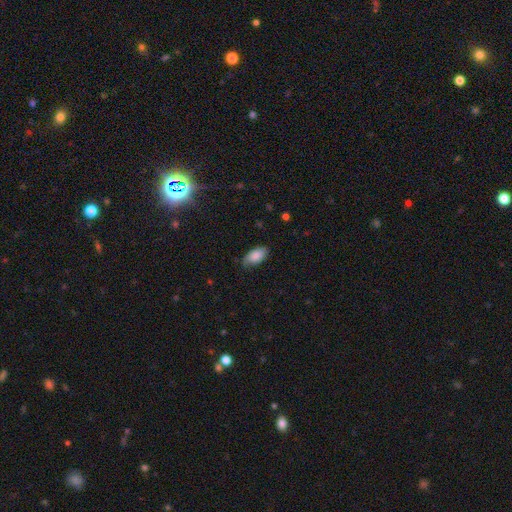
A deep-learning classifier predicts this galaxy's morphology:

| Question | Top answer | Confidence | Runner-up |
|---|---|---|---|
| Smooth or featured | smooth | 83% | featured or disk (10%) |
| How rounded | in between | 93% | cigar-shaped (4%) |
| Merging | none | 68% | minor disturbance (26%) |